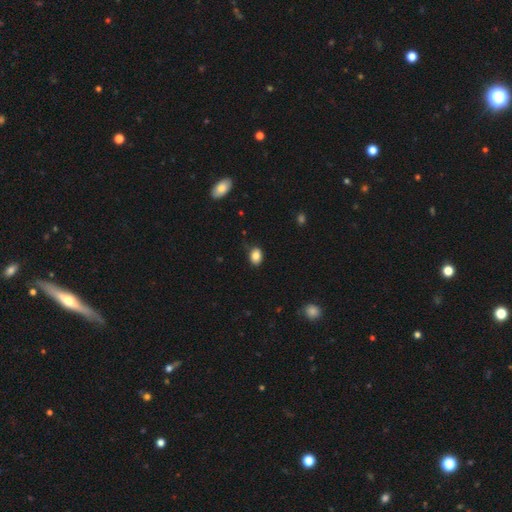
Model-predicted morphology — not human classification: A smooth galaxy with no disk features (84%) that is in between round and cigar-shaped (68%). Merging: none (77%).